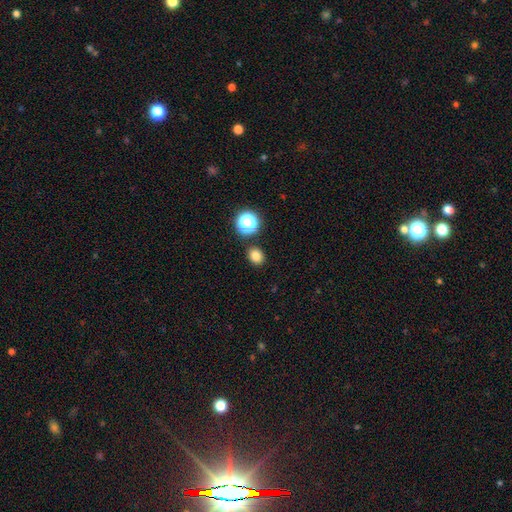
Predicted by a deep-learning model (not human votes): A smooth galaxy with no disk features (79%) that is round (62%). Merging: none (86%).